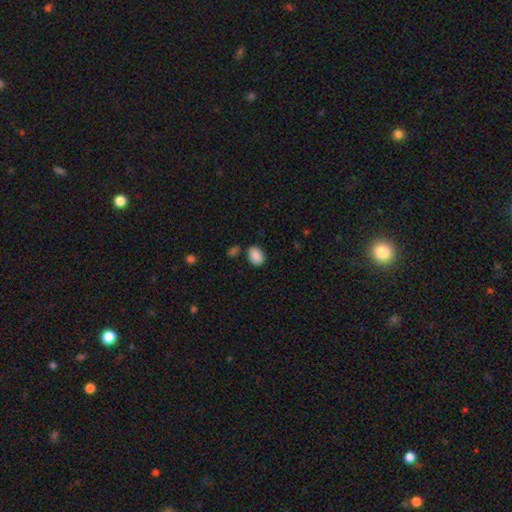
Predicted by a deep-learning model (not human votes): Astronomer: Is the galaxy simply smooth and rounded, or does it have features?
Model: smooth — 88%.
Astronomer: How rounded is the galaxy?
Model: in between — 75%.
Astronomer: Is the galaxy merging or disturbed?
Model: none — 80%.